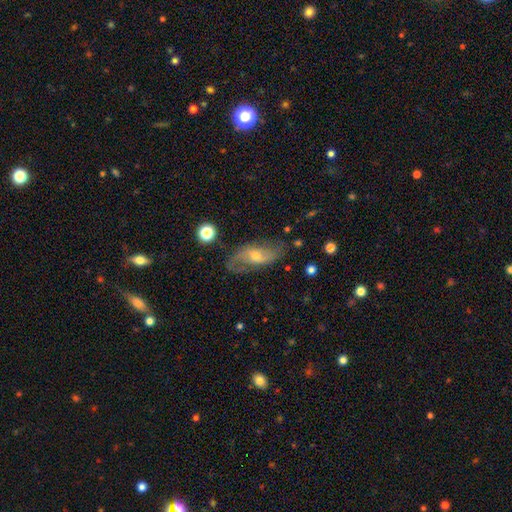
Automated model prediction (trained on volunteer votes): smooth_or_featured: featured or disk (p=0.72) [alt: smooth p=0.20]
disk_edge_on: no (p=0.90) [alt: yes p=0.10]
bar: no (p=0.60) [alt: weak p=0.31]
has_spiral_arms: yes (p=0.86) [alt: no p=0.14]
spiral_winding: loose (p=0.41) [alt: medium p=0.39]
spiral_arm_count: 2 (p=0.75) [alt: can't tell p=0.14]
bulge_size: small (p=0.49) [alt: moderate p=0.47]
merging: none (p=0.68) [alt: minor disturbance p=0.20]